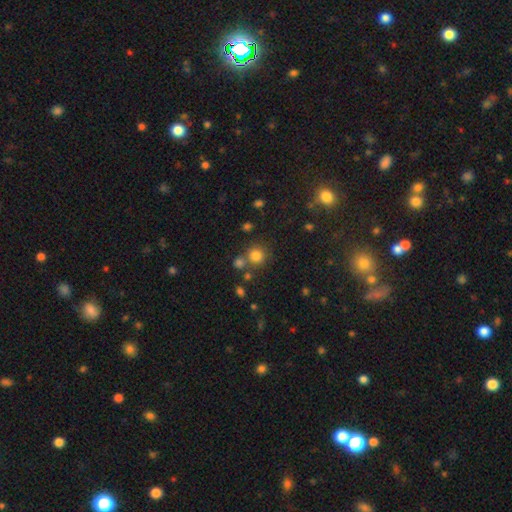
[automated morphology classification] Overall: smooth (79%). How rounded: round (90%). Merging: none (69%).